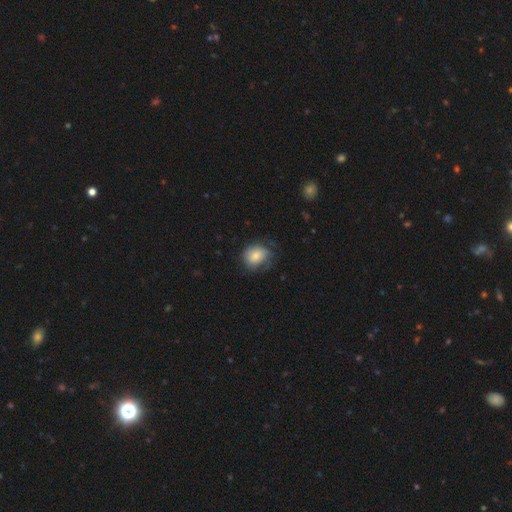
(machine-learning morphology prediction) smooth-or-featured: smooth: 71% | featured or disk: 21% | star or artifact: 8%
  how-rounded: round: 60% | in between: 39% | cigar-shaped: 1%
  merging: none: 54% | minor disturbance: 29% | major disturbance: 17% | merger: 1%